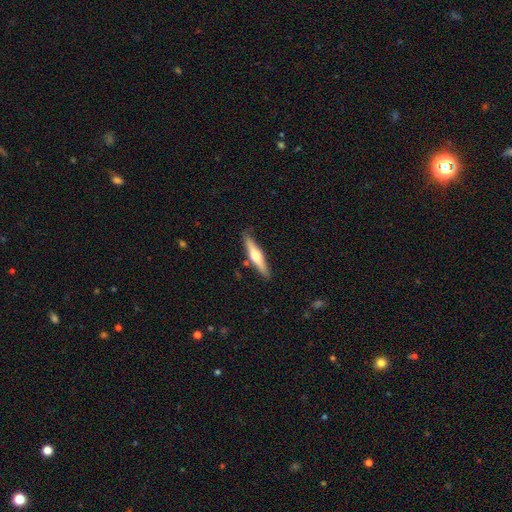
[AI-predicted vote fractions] This is possibly a featured or disk galaxy (56%). It is clearly viewed edge-on (96%). Edge-on bulge: clearly rounded (91%). Merging: clearly none (85%).